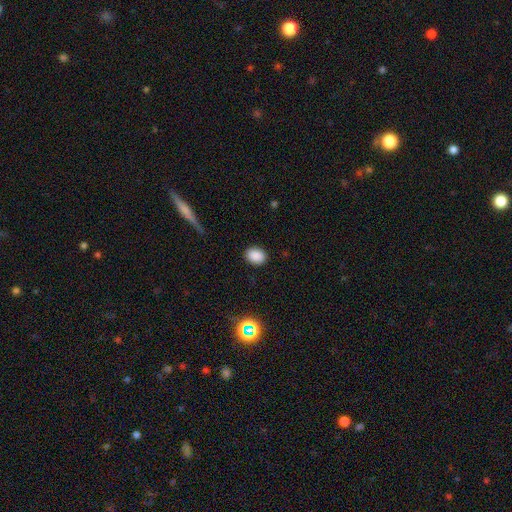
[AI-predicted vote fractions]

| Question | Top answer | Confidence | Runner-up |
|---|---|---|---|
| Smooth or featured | smooth | 87% | star or artifact (10%) |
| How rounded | in between | 65% | round (34%) |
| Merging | none | 88% | minor disturbance (8%) |